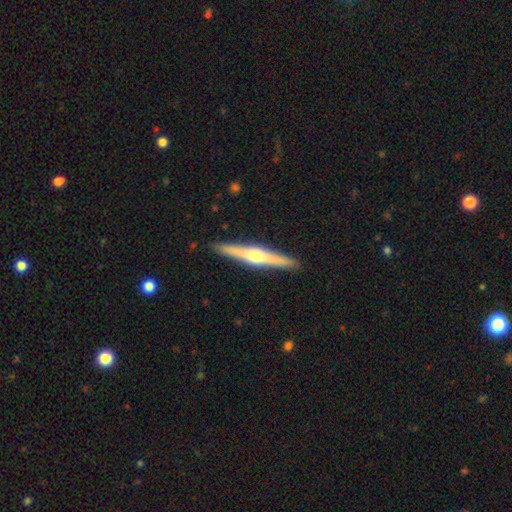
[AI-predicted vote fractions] This is likely a featured or disk galaxy (72%). It is clearly viewed edge-on (98%). Edge-on bulge: clearly rounded (90%). Merging: clearly none (91%).